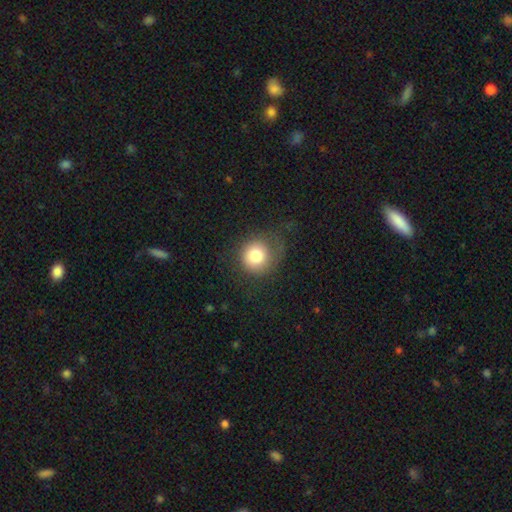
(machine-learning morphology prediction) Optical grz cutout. It shows a smooth galaxy with no disk features (79%) that is round (89%). Merging: none (61%).